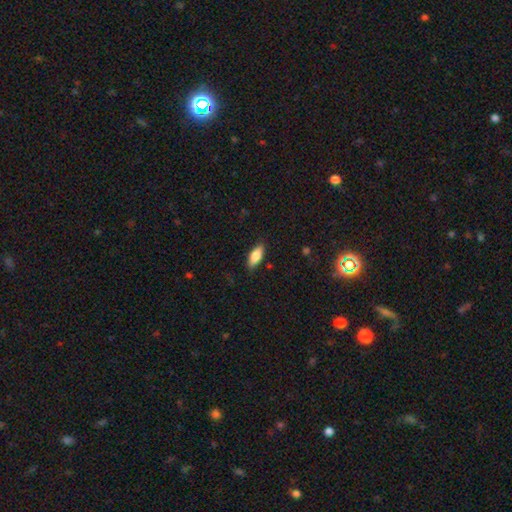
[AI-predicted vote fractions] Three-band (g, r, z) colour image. It shows a smooth galaxy with no disk features (82%) that is in between round and cigar-shaped (80%). Merging: none (85%).